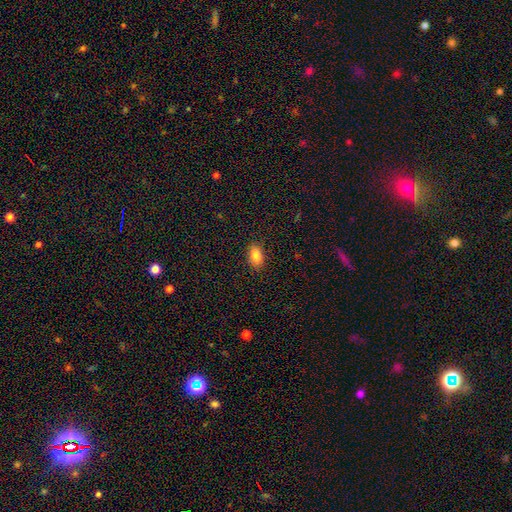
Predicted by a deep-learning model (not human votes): Morphology: type=smooth (85%); roundness=in between (90%); merging=none (88%).